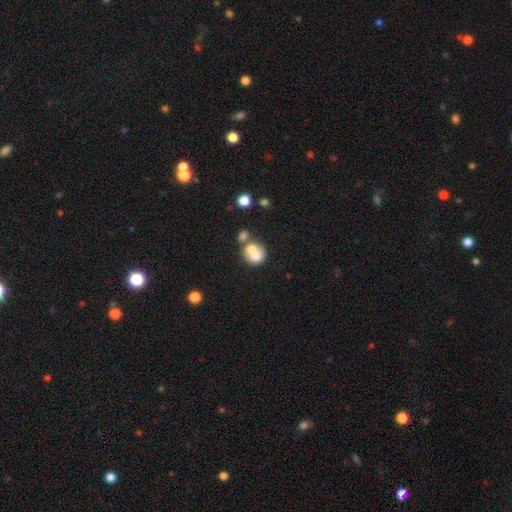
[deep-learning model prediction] Smooth or featured? Predicted: smooth (p=0.64). How rounded? Predicted: round (p=0.69). Merging? Predicted: merger (p=0.57).